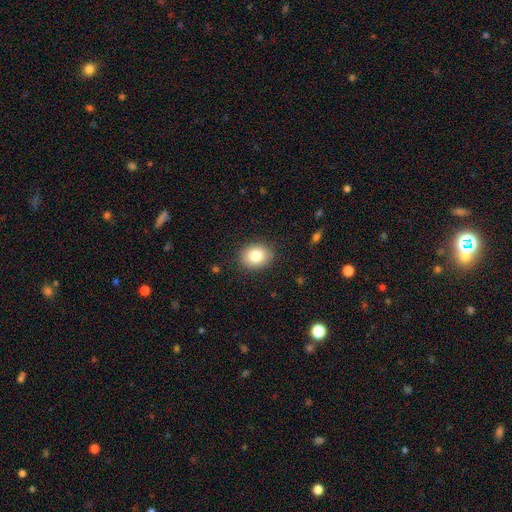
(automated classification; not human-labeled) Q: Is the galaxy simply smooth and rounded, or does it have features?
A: smooth — 83%.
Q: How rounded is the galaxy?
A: round — 54%.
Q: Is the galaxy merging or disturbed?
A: none — 88%.